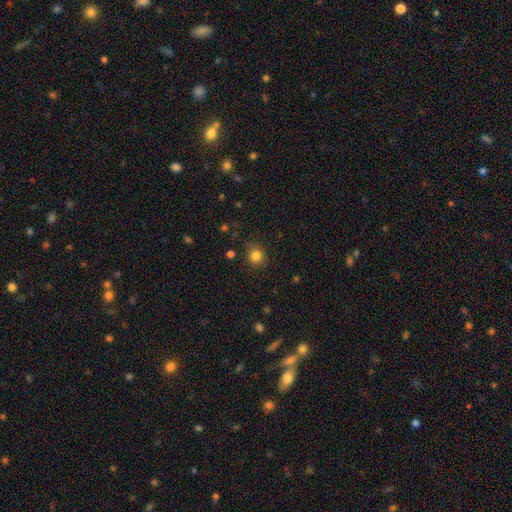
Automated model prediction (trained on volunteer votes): Smooth or featured?
  - smooth: 82% *
  - star or artifact: 12%
  - featured or disk: 5%
How rounded?
  - round: 88% *
  - in between: 11%
  - cigar-shaped: 1%
Merging?
  - none: 86% *
  - minor disturbance: 9%
  - major disturbance: 3%
  - merger: 2%